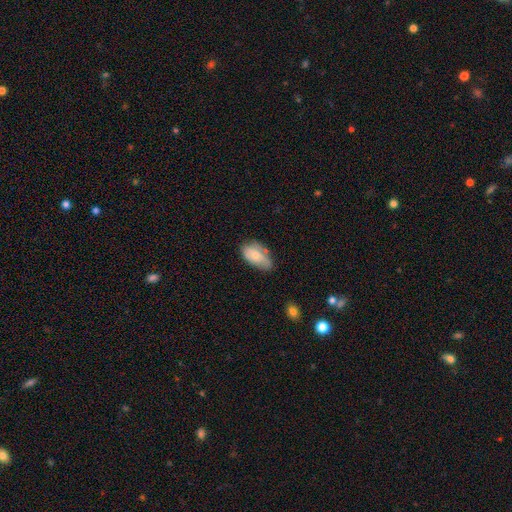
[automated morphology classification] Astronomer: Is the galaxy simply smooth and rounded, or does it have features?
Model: smooth — 72%.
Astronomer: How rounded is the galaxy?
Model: in between — 93%.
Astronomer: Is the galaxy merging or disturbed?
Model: none — 48% (runner-up: minor disturbance, 38%).